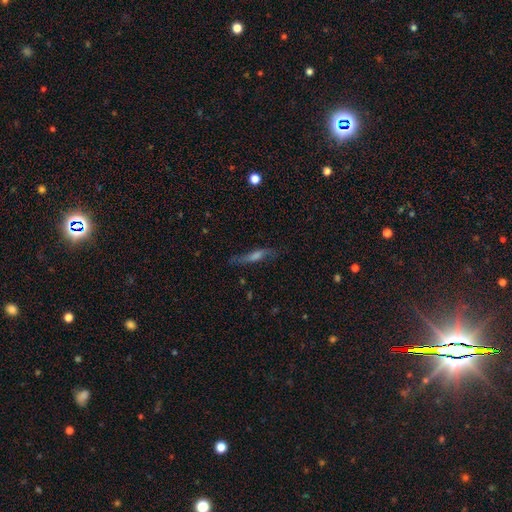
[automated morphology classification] Q: Smooth or featured?
A: featured or disk (51%); runner-up: smooth (36%)
Q: Edge-on disk?
A: yes (69%); runner-up: no (31%)
Q: Merging?
A: none (70%); runner-up: minor disturbance (19%)